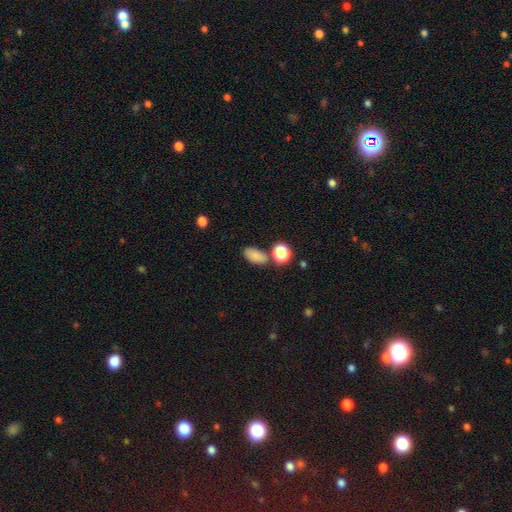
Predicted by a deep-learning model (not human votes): This is clearly a smooth galaxy (84%). How rounded: clearly in between (90%). Merging: likely none (72%).